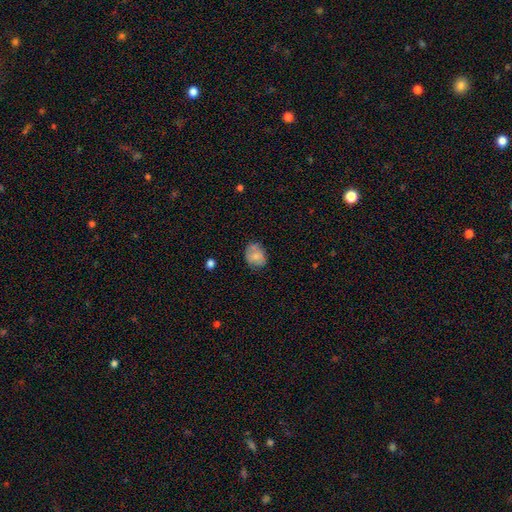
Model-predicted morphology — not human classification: Smooth or featured? smooth (72%)
How rounded? in between (50%)
Merging? none (61%)